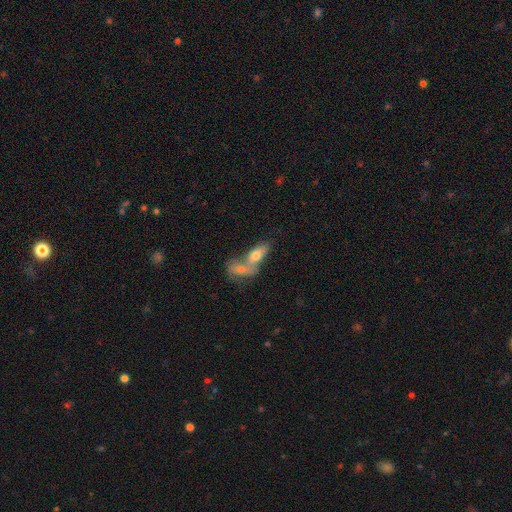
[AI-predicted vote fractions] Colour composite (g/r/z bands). It shows a smooth galaxy with no disk features (67%) that is in between round and cigar-shaped (79%). Merging: merger (67%).